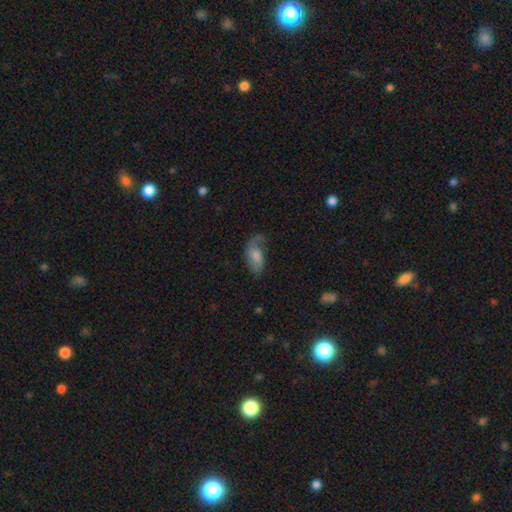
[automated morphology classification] Q: Smooth or featured?
A: featured or disk (58%); runner-up: smooth (34%)
Q: Edge-on disk?
A: no (94%); runner-up: yes (6%)
Q: Bar?
A: no (58%); runner-up: weak (35%)
Q: Spiral arms?
A: yes (87%); runner-up: no (13%)
Q: Bulge size?
A: moderate (44%); runner-up: small (28%)
Q: Merging?
A: none (48%); runner-up: minor disturbance (25%)